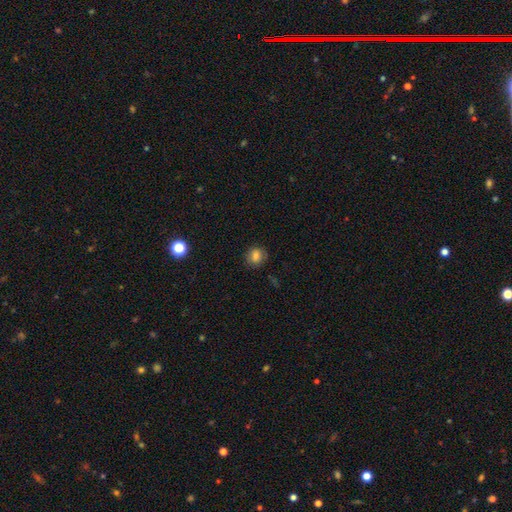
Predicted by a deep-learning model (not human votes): Smooth or featured? Predicted: smooth (p=0.80). How rounded? Predicted: round (p=0.81). Merging? Predicted: none (p=0.85).